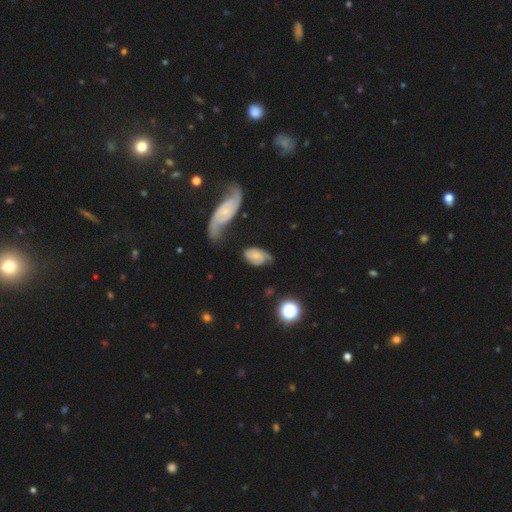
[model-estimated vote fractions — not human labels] Smooth or featured: featured or disk — 62% (smooth — 29%)
Edge-on disk: no — 95% (yes — 5%)
Bar: no — 63% (weak — 30%)
Spiral arms: yes — 91% (no — 9%)
Spiral winding: medium — 41% (tight — 38%)
Spiral arm count: 2 — 70% (can't tell — 15%)
Bulge size: small — 53% (none — 25%)
Merging: none — 49% (minor disturbance — 27%)